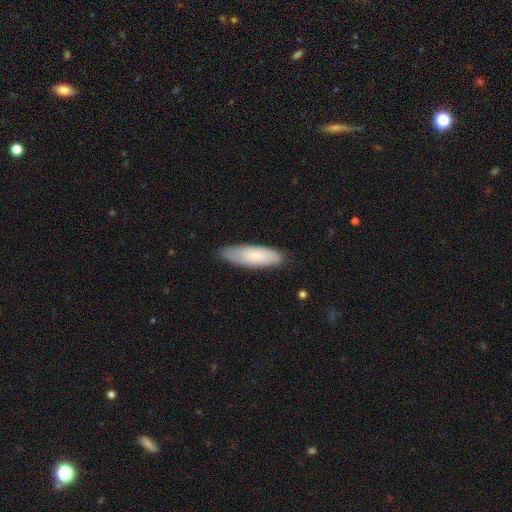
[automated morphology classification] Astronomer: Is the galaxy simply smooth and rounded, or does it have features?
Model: smooth — 67%.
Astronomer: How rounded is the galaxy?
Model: in between — 50% (runner-up: cigar-shaped, 48%).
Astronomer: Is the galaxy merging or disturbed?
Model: none — 81%.